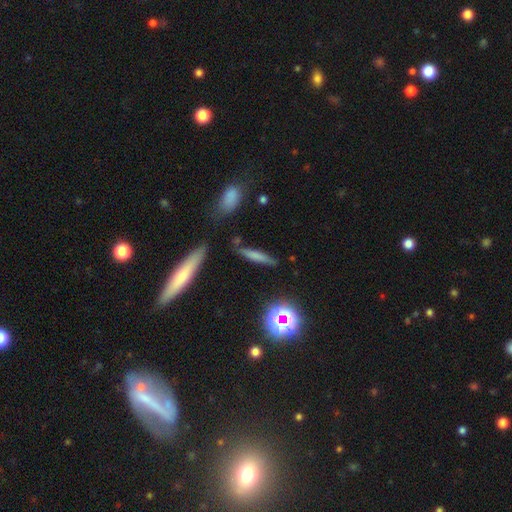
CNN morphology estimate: The model was most divided on "smooth or featured": smooth: 64%, featured or disk: 25%, star or artifact: 11%. More confident: how rounded — cigar-shaped (87%); merging — none (80%).